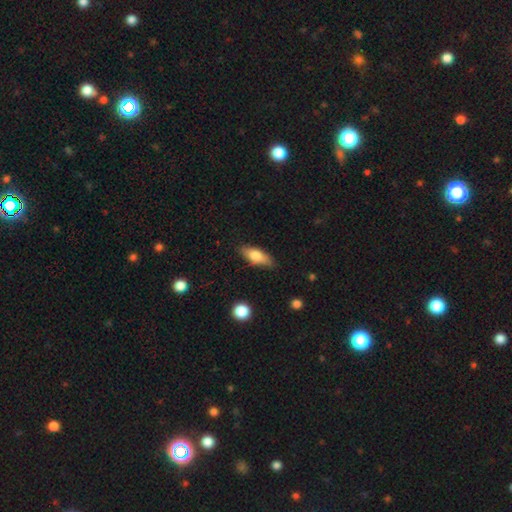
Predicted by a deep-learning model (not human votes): A smooth galaxy with no disk features (71%) that is in between round and cigar-shaped (68%).

Vote fractions:
- Smooth or featured? smooth: 71% / featured or disk: 23% / star or artifact: 7%
- How rounded? in between: 68% / cigar-shaped: 29% / round: 3%
- Merging? none: 79% / minor disturbance: 16% / major disturbance: 3% / merger: 2%